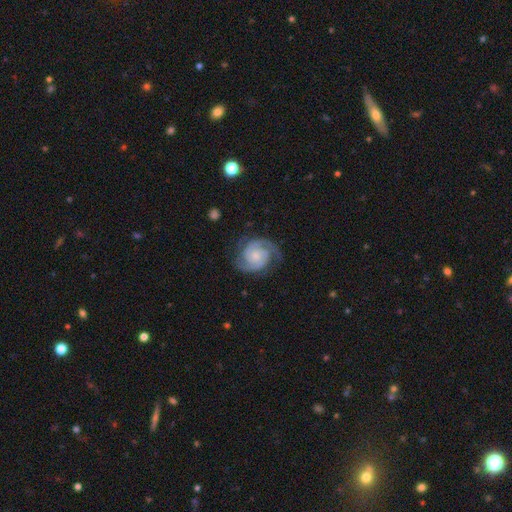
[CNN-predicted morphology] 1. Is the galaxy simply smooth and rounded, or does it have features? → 91% featured or disk, 5% smooth, 4% star or artifact.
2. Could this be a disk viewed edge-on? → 98% no, 2% yes.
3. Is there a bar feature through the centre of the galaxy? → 66% no, 29% weak, 6% strong.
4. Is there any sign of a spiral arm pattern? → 98% yes, 2% no.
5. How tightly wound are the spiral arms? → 57% tight, 38% medium, 6% loose.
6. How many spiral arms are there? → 84% 2, 7% 3, 3% can't tell, 2% 1, 2% 4, 2% more than 4.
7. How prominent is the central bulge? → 52% small, 33% moderate, 11% none, 3% large, 1% dominant.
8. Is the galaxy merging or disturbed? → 77% none, 16% minor disturbance, 6% major disturbance, 1% merger.